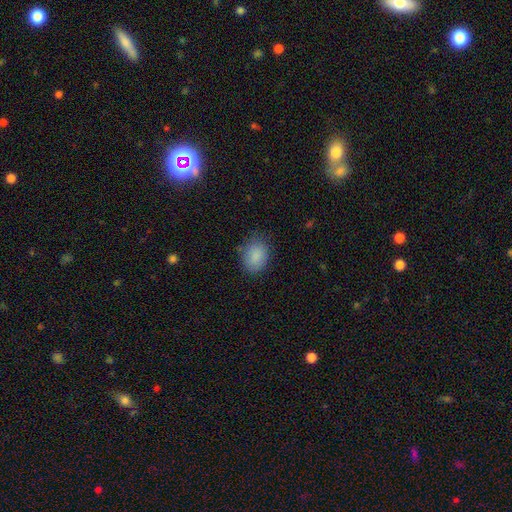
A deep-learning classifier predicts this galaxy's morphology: The model was most divided on "how rounded": in between: 61%, round: 38%, cigar-shaped: 1%. More confident: smooth or featured — smooth (87%); merging — none (76%).